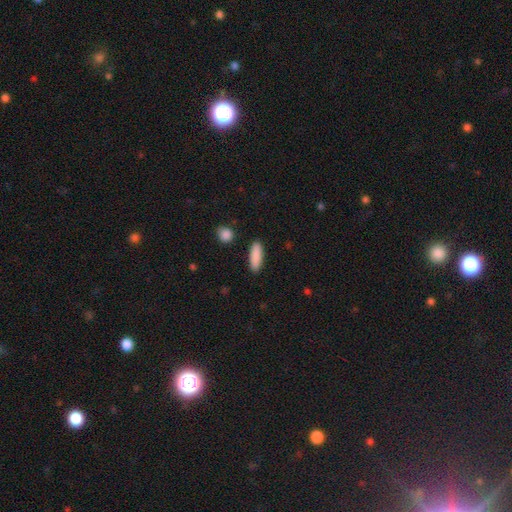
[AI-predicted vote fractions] Overall: smooth (89%). How rounded: cigar-shaped (51%; in between 47%). Merging: none (89%).